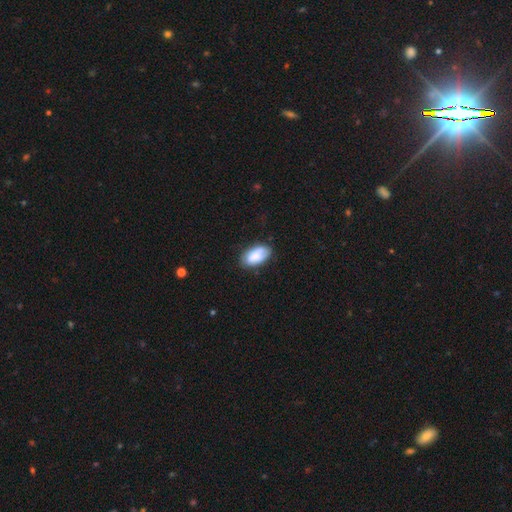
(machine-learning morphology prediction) Q: Smooth or featured?
A: smooth (83%); runner-up: featured or disk (10%)
Q: How rounded?
A: in between (95%); runner-up: round (3%)
Q: Merging?
A: none (72%); runner-up: minor disturbance (22%)